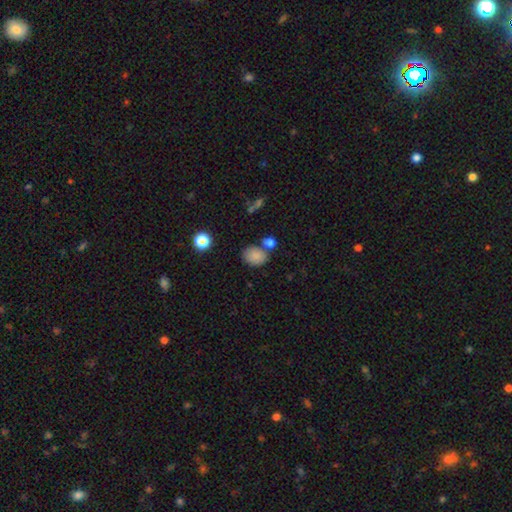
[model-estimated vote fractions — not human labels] Q: Smooth or featured?
A: smooth (84%); runner-up: star or artifact (10%)
Q: How rounded?
A: in between (51%); runner-up: round (47%)
Q: Merging?
A: none (65%); runner-up: merger (17%)